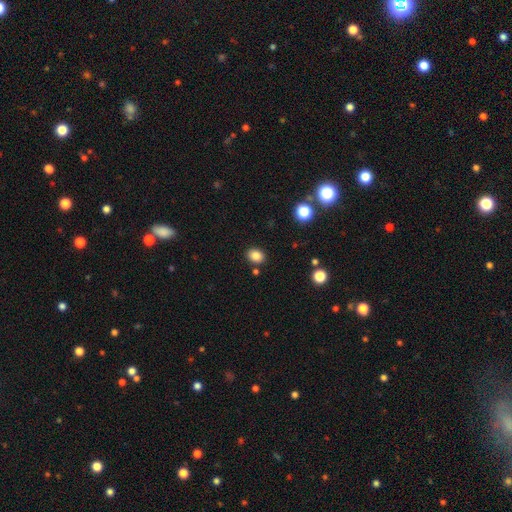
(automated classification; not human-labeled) The model was most divided on "how rounded": in between: 59%, round: 40%, cigar-shaped: 1%. More confident: merging — none (85%); smooth or featured — smooth (84%).